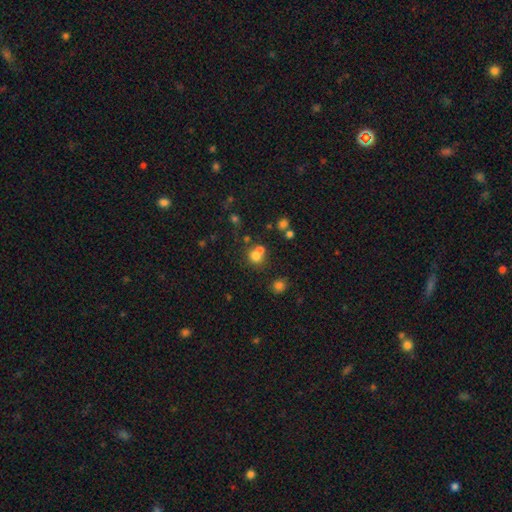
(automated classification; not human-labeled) A smooth galaxy with no disk features (70%) that is round (84%).

Vote fractions:
- Smooth or featured? smooth: 70% / star or artifact: 17% / featured or disk: 13%
- How rounded? round: 84% / in between: 15% / cigar-shaped: 1%
- Merging? none: 46% / merger: 42% / minor disturbance: 8% / major disturbance: 4%